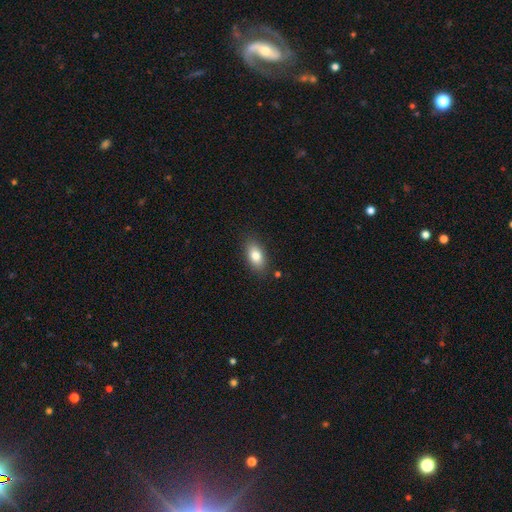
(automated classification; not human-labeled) This is clearly a smooth galaxy (81%). How rounded: clearly in between (88%). Merging: clearly none (85%).